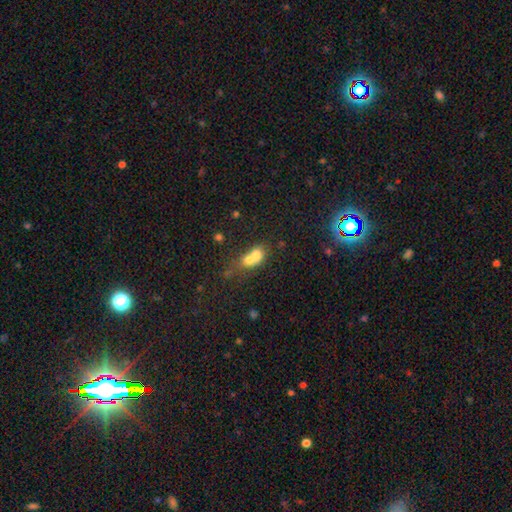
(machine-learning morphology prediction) Overall: smooth (67%). How rounded: round (51%; in between 46%). Merging: merger (74%).